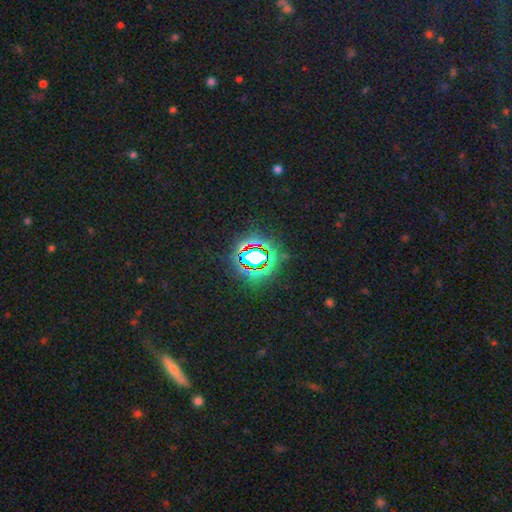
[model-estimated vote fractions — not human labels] smooth_or_featured: star or artifact (p=0.75) [alt: smooth p=0.16]